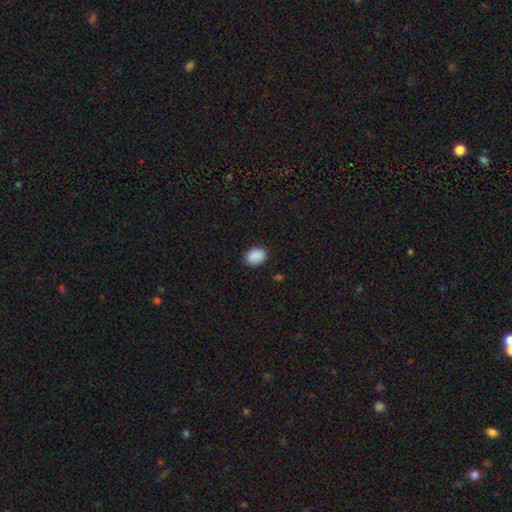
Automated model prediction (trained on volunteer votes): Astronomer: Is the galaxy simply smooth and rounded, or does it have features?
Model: smooth — 90%.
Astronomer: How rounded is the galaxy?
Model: in between — 65%.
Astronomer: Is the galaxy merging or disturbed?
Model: none — 86%.